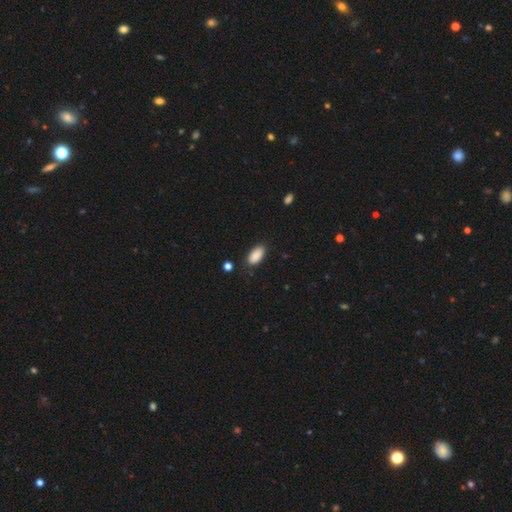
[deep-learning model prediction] A smooth galaxy with no disk features (88%) that is in between round and cigar-shaped (93%).

Vote fractions:
- Smooth or featured? smooth: 88% / star or artifact: 7% / featured or disk: 5%
- How rounded? in between: 93% / cigar-shaped: 5% / round: 3%
- Merging? none: 81% / minor disturbance: 14% / major disturbance: 3% / merger: 2%